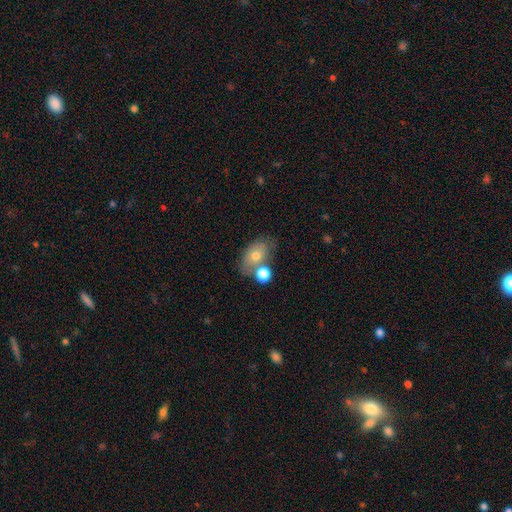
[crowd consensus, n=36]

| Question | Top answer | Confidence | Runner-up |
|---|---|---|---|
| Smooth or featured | smooth | 78% | featured or disk (17%) |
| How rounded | in between | 89% | round (11%) |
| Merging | none | 68% | merger (15%) |